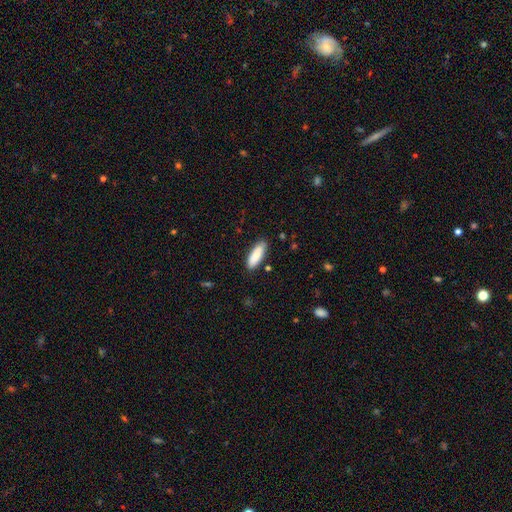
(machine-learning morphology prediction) Smooth or featured? Predicted: smooth (p=0.86). How rounded? Predicted: in between (p=0.61). Merging? Predicted: none (p=0.84).